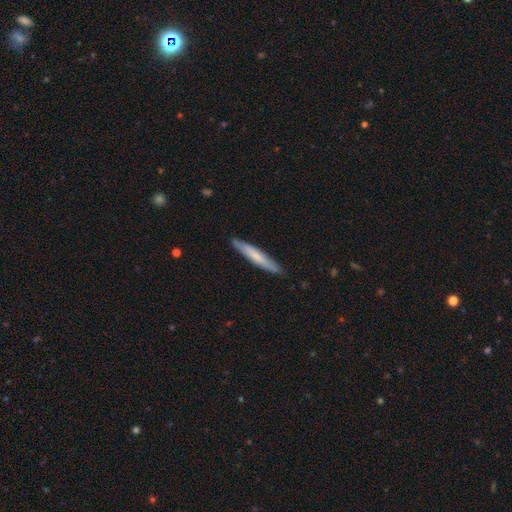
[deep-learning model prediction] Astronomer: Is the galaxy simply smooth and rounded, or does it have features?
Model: smooth — 64%.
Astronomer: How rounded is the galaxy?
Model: cigar-shaped — 94%.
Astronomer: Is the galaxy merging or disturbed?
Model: none — 89%.